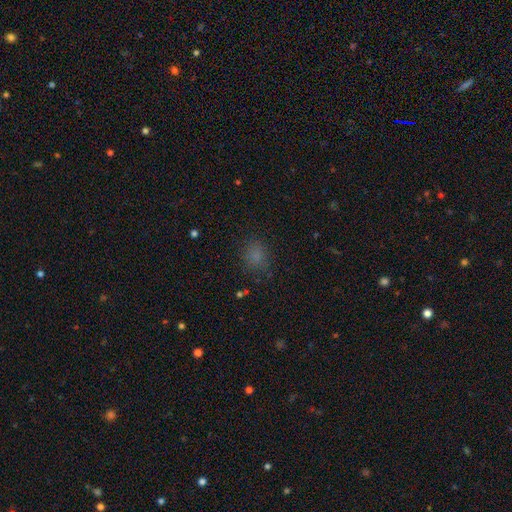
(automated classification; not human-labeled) Q: Smooth or featured?
A: smooth (76%); runner-up: star or artifact (18%)
Q: How rounded?
A: round (51%); runner-up: in between (47%)
Q: Merging?
A: none (78%); runner-up: minor disturbance (14%)